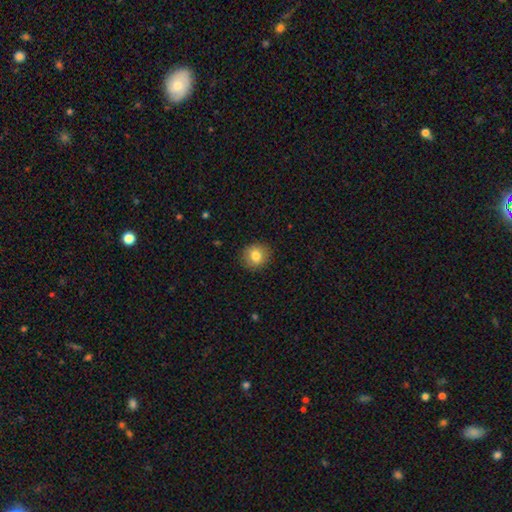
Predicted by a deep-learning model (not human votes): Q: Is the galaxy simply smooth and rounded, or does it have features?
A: smooth — 80%.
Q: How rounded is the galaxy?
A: round — 83%.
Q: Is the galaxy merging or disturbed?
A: none — 88%.